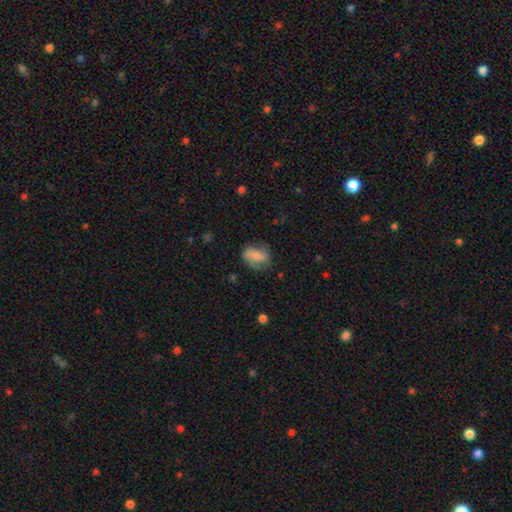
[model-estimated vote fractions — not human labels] Morphology: type=smooth (52%); roundness=in between (69%); merging=none (61%).